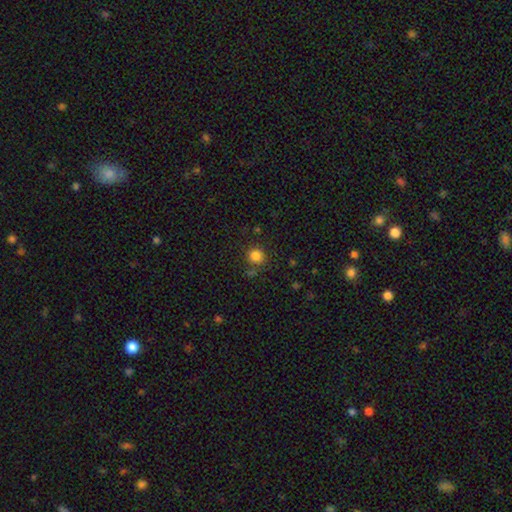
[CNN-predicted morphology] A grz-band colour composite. It shows a smooth galaxy with no disk features (83%) that is round (92%). Merging: none (81%).